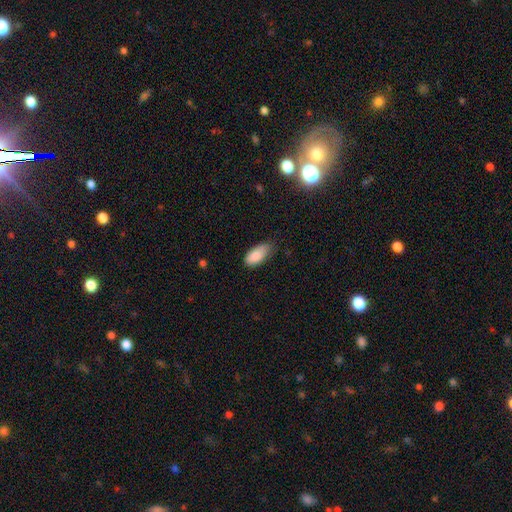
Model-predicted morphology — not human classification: Smooth or featured? smooth (85%)
How rounded? in between (92%)
Merging? none (56%)